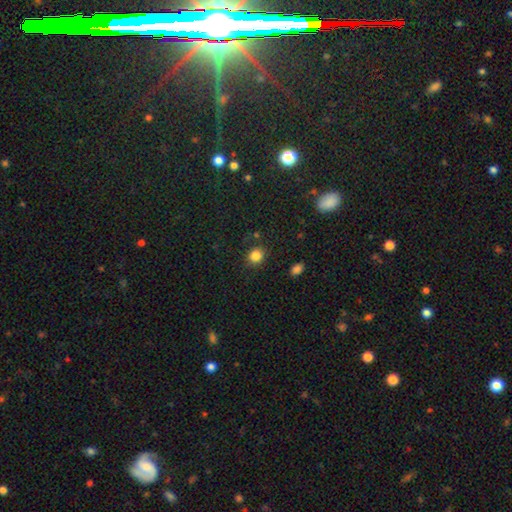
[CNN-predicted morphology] Smooth or featured? Predicted: smooth (p=0.84). How rounded? Predicted: round (p=0.77). Merging? Predicted: none (p=0.83).